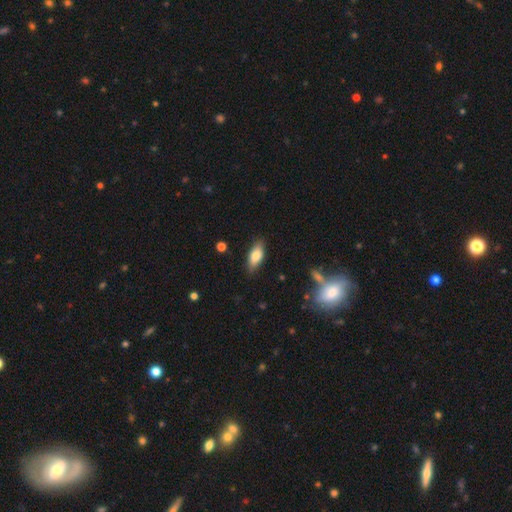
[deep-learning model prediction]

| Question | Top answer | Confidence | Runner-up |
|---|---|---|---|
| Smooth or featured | smooth | 79% | featured or disk (14%) |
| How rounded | in between | 83% | cigar-shaped (15%) |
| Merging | none | 84% | minor disturbance (13%) |